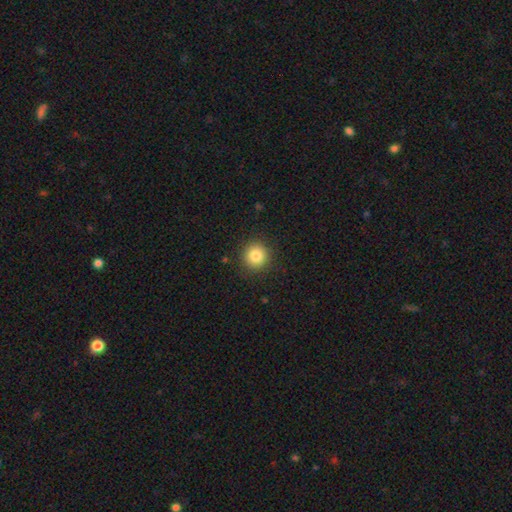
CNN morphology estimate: A smooth galaxy with no disk features (84%) that is round (94%).

Vote fractions:
- Smooth or featured? smooth: 84% / star or artifact: 11% / featured or disk: 5%
- How rounded? round: 94% / in between: 5% / cigar-shaped: 1%
- Merging? none: 90% / minor disturbance: 6% / major disturbance: 2% / merger: 1%